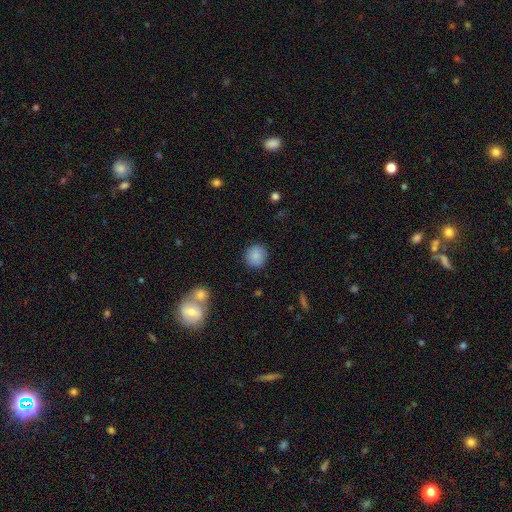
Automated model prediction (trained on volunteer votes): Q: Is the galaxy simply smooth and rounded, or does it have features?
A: smooth — 86%.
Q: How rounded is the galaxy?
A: round — 89%.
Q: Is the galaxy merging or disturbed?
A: none — 88%.